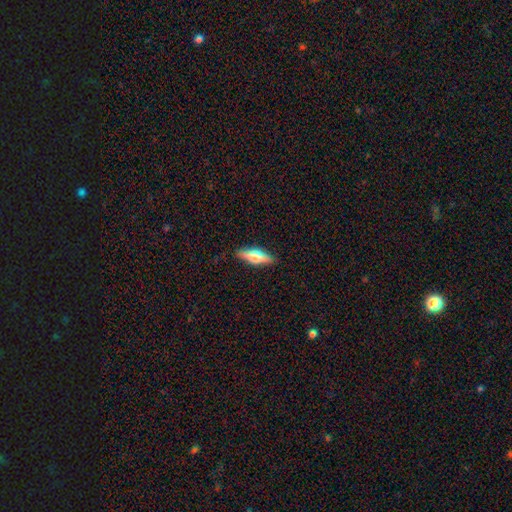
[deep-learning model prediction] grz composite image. It shows a smooth galaxy with no disk features (49%). Merging: none (89%).